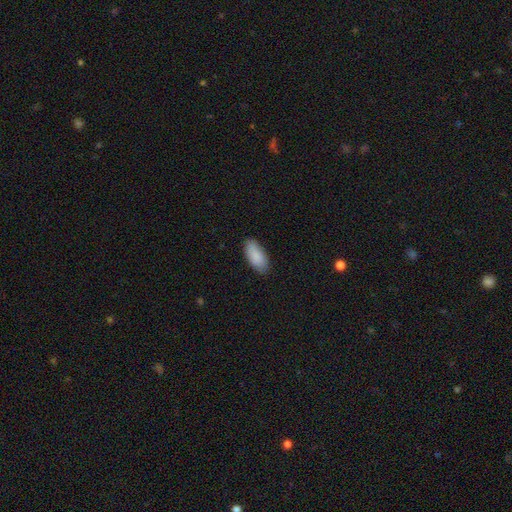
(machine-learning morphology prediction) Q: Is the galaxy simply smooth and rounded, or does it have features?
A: smooth — 89%.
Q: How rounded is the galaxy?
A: in between — 90%.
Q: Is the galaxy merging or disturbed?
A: none — 84%.